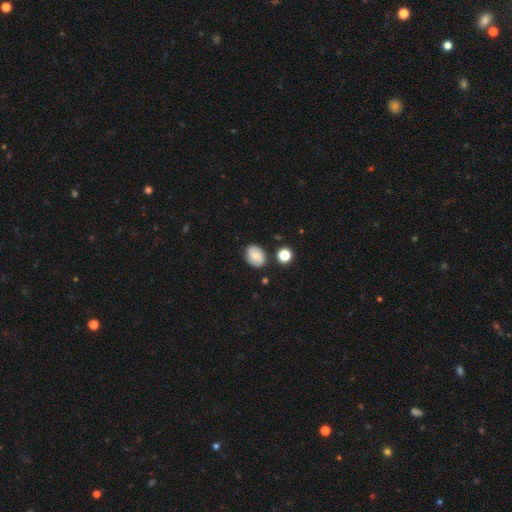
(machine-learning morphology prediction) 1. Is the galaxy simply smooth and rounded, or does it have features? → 56% smooth, 34% featured or disk, 10% star or artifact.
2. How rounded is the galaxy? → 61% in between, 38% round, 1% cigar-shaped.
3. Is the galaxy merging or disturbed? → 77% none, 15% minor disturbance, 5% merger, 3% major disturbance.